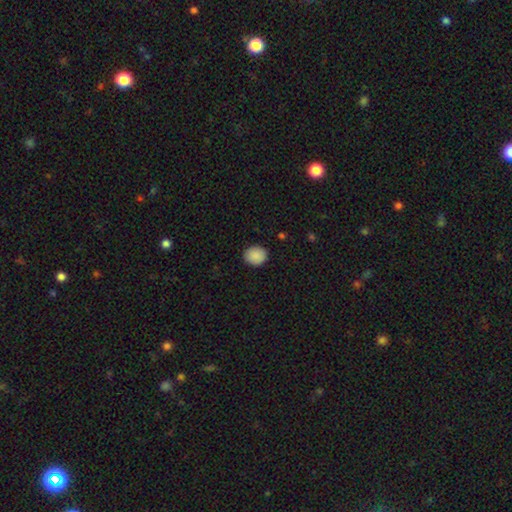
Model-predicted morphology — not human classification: Smooth or featured?
  - smooth: 89% *
  - star or artifact: 8%
  - featured or disk: 3%
How rounded?
  - round: 79% *
  - in between: 20%
  - cigar-shaped: 1%
Merging?
  - none: 90% *
  - minor disturbance: 7%
  - major disturbance: 2%
  - merger: 1%